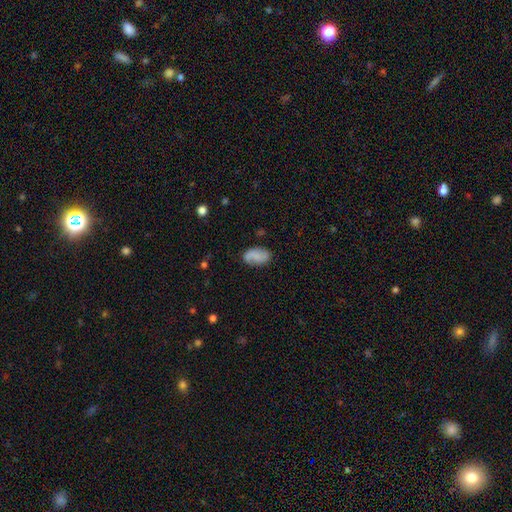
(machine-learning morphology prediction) smooth 63%, featured or disk 29%, star or artifact 9%. Down the decision tree: how rounded — in between (92%); merging — none (72%).